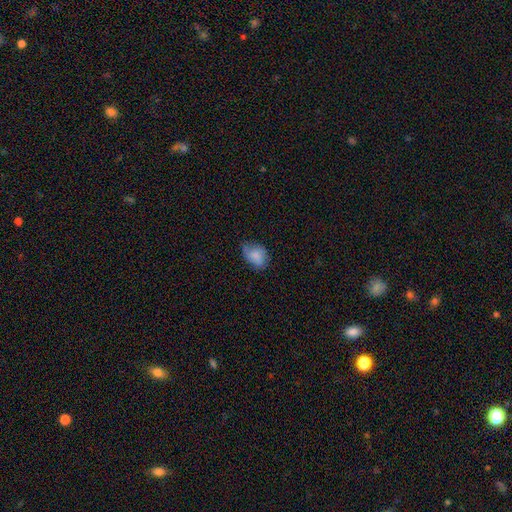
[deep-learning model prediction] Q: Smooth or featured?
A: smooth (78%); runner-up: featured or disk (14%)
Q: How rounded?
A: in between (73%); runner-up: round (26%)
Q: Merging?
A: none (53%); runner-up: minor disturbance (36%)